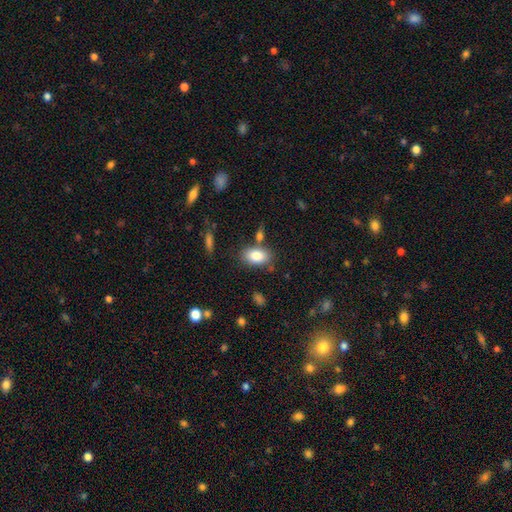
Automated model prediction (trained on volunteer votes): Overall: smooth (83%). How rounded: in between (90%). Merging: none (72%).